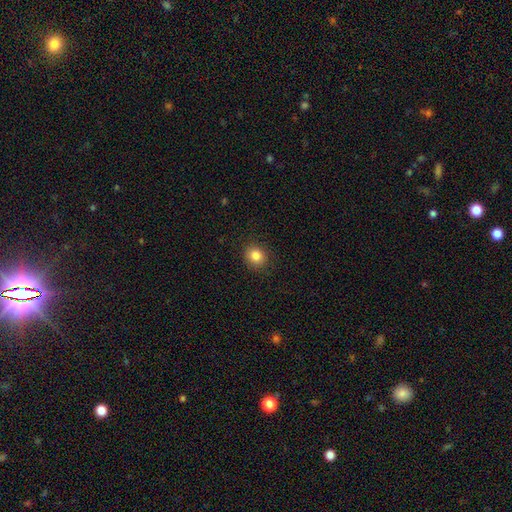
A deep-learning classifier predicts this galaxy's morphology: smooth_or_featured: smooth (p=0.84) [alt: star or artifact p=0.10]
how_rounded: round (p=0.81) [alt: in between p=0.18]
merging: none (p=0.89) [alt: minor disturbance p=0.08]